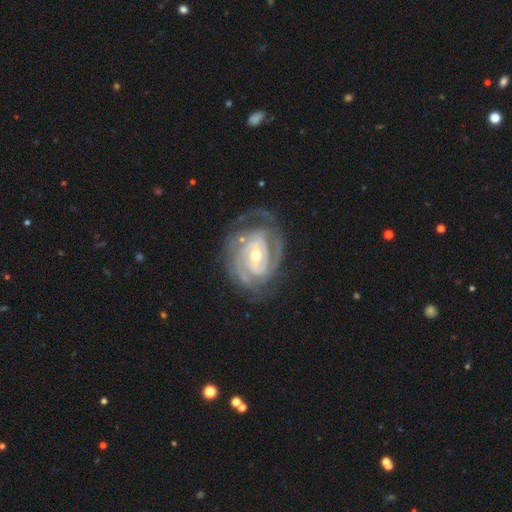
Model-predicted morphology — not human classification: type=featured or disk (90%); edge-on=no (97%); bar=weak (42%); spiral arms=yes (97%); winding=tight (69%); arm count=2 (37%); bulge=moderate (59%); merging=none (68%).